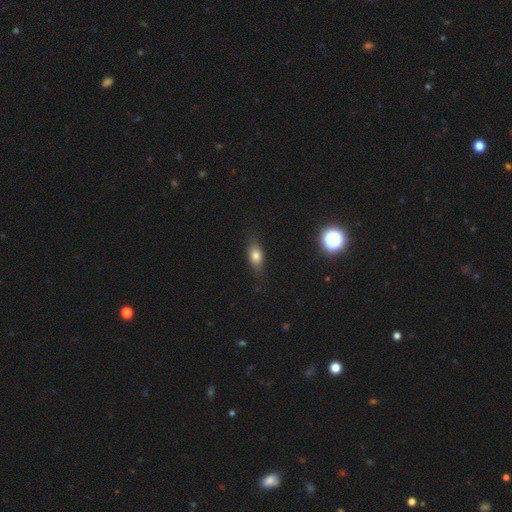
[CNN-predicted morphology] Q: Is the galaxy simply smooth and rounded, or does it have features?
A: smooth — 74%.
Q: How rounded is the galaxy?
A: in between — 77%.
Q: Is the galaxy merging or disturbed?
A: none — 80%.